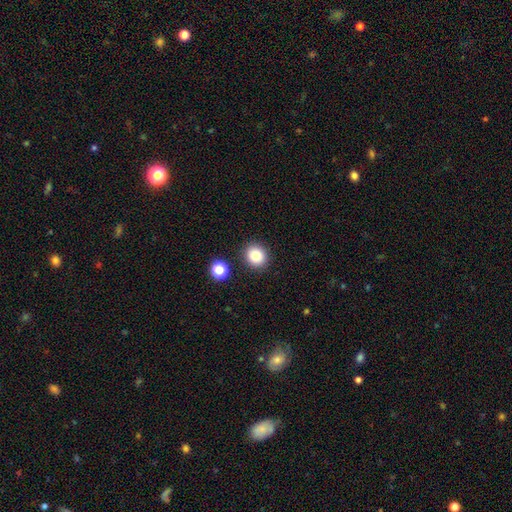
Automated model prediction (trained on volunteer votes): Morphology: type=smooth (83%); roundness=round (79%); merging=none (87%).